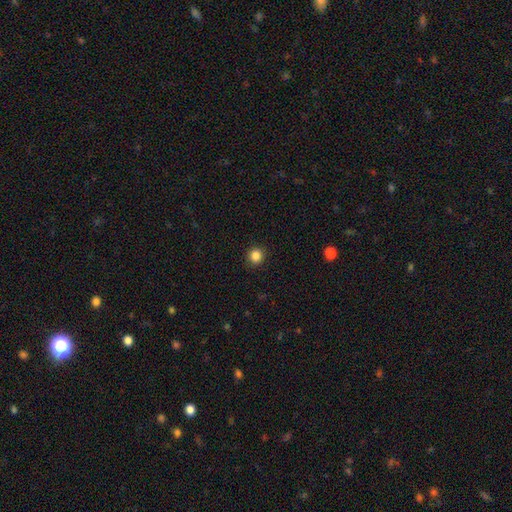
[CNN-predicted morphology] smooth-or-featured: smooth: 86% | star or artifact: 11% | featured or disk: 3%
  how-rounded: round: 91% | in between: 8% | cigar-shaped: 1%
  merging: none: 92% | minor disturbance: 5% | major disturbance: 2% | merger: 1%